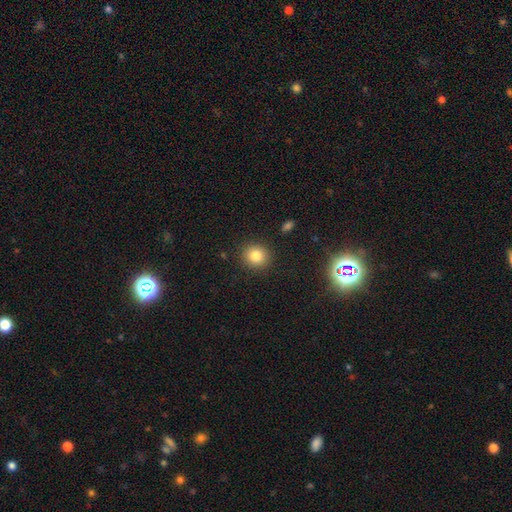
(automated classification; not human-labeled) The model was most divided on "smooth or featured": smooth: 82%, star or artifact: 11%, featured or disk: 7%. More confident: merging — none (90%); how rounded — round (86%).